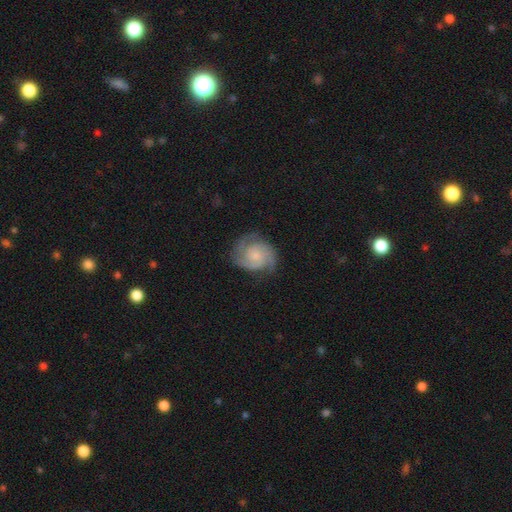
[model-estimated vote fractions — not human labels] This is clearly a featured or disk galaxy (82%). It is clearly not viewed edge-on (98%). Bar: likely no (73%). Spiral arm pattern: clearly yes (97%). Spiral arm count: likely 2 (63%). Spiral winding: possibly tight (52%). Central bulge: possibly small (56%). Merging: likely none (74%).